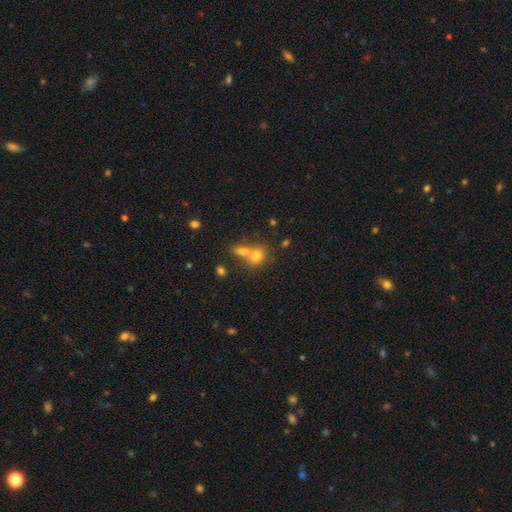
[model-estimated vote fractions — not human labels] smooth-or-featured: smooth: 74% | star or artifact: 13% | featured or disk: 13%
  how-rounded: round: 57% | in between: 42% | cigar-shaped: 2%
  merging: merger: 52% | none: 36% | minor disturbance: 8% | major disturbance: 4%